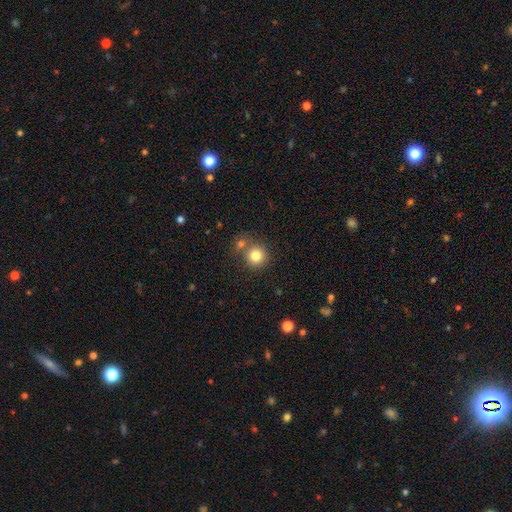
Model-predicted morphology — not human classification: Smooth or featured? Predicted: smooth (p=0.81). How rounded? Predicted: round (p=0.92). Merging? Predicted: none (p=0.67).